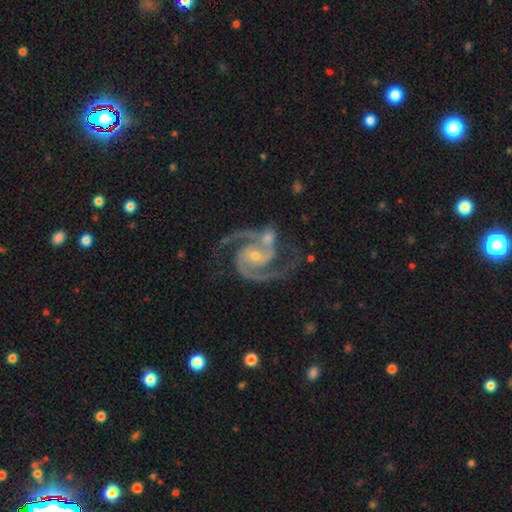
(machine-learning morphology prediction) Smooth or featured?
  - featured or disk: 93% *
  - star or artifact: 4%
  - smooth: 2%
Edge-on disk?
  - no: 98% *
  - yes: 2%
Bar?
  - no: 41% *
  - weak: 39%
  - strong: 19%
Spiral arms?
  - yes: 99% *
  - no: 1%
Spiral winding?
  - medium: 67% *
  - tight: 23%
  - loose: 9%
Spiral arm count?
  - 2: 92% *
  - 3: 4%
  - can't tell: 1%
  - 1: 1%
  - 4: 1%
  - more than 4: 1%
Bulge size?
  - small: 60% *
  - moderate: 36%
  - none: 2%
  - large: 1%
  - dominant: 1%
Merging?
  - none: 62% *
  - minor disturbance: 16%
  - merger: 15%
  - major disturbance: 8%